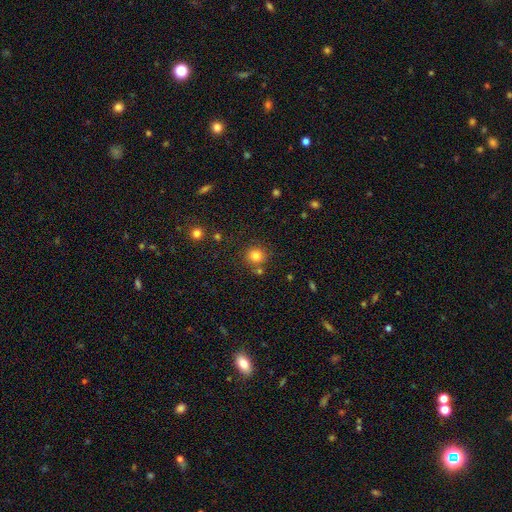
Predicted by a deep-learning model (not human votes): Morphology: type=smooth (82%); roundness=round (90%); merging=none (76%).